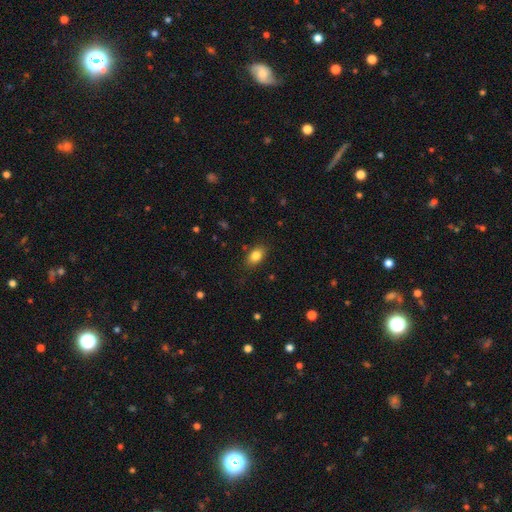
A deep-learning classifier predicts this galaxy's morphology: A smooth galaxy with no disk features (84%) that is in between round and cigar-shaped (86%). Merging: none (84%).